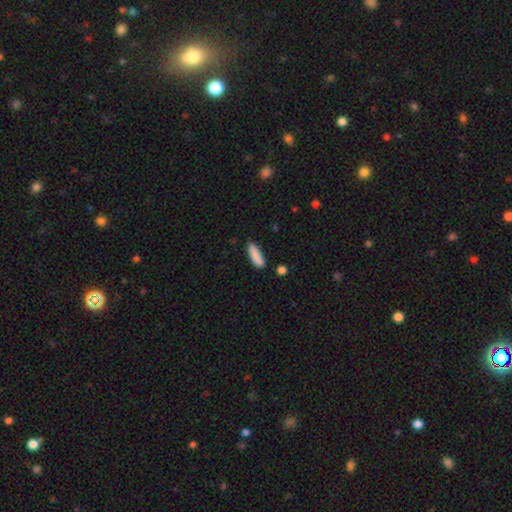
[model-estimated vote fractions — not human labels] Smooth or featured? Predicted: smooth (p=0.87). How rounded? Predicted: cigar-shaped (p=0.54). Merging? Predicted: none (p=0.74).